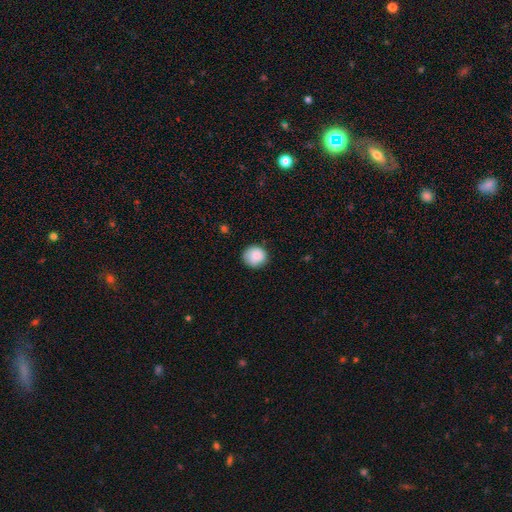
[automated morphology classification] A smooth galaxy with no disk features (87%) that is round (88%). Merging: none (82%).